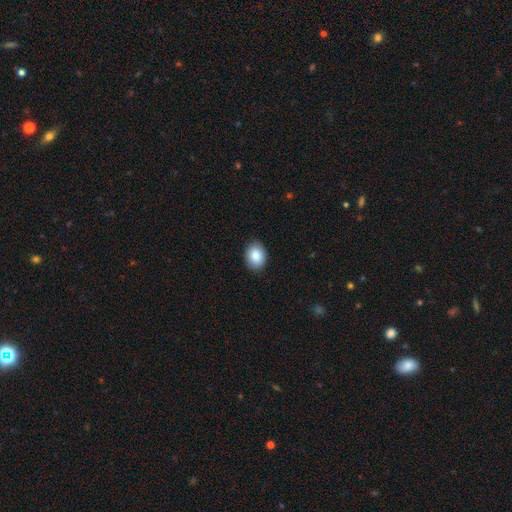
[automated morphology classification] The model was most divided on "how rounded": in between: 63%, round: 36%, cigar-shaped: 1%. More confident: smooth or featured — smooth (88%); merging — none (88%).